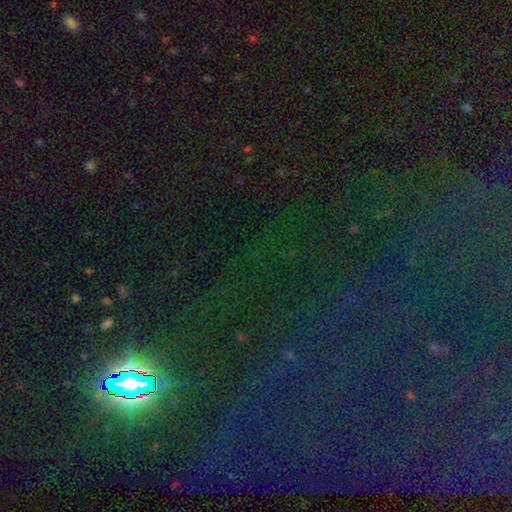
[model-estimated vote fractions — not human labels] Smooth or featured? star or artifact (85%)